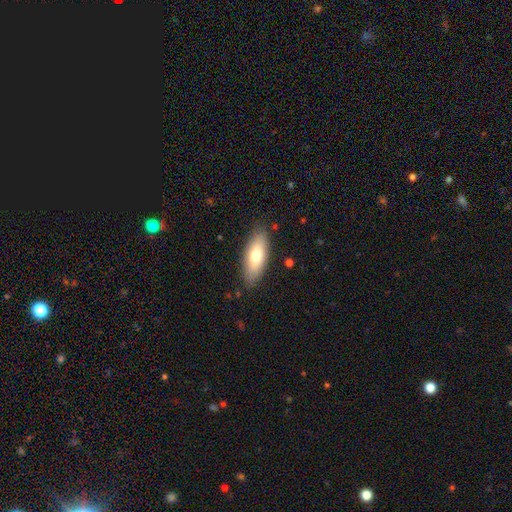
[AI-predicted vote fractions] A smooth galaxy with no disk features (72%) that is in between round and cigar-shaped (76%). Merging: none (85%).